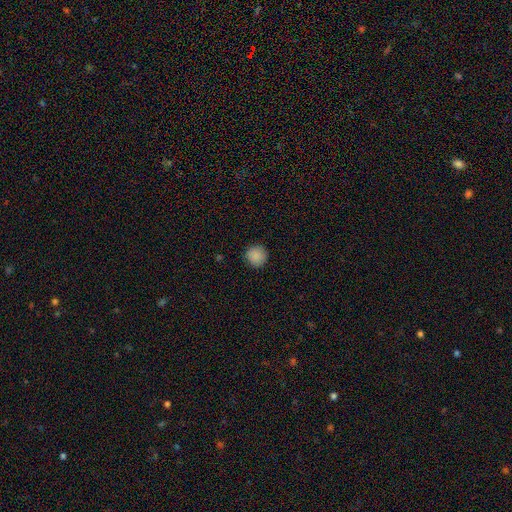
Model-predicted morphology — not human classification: Smooth or featured? smooth (88%)
How rounded? round (95%)
Merging? none (90%)